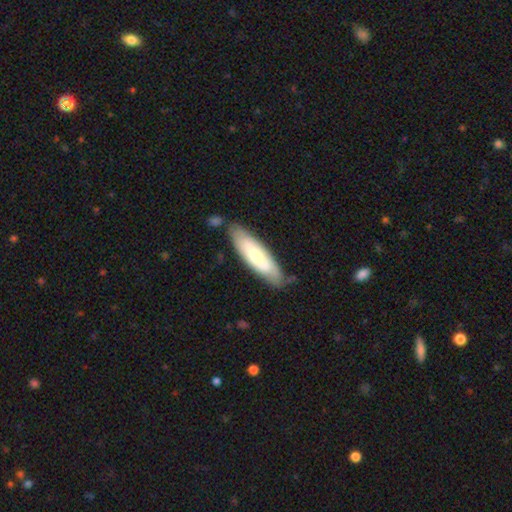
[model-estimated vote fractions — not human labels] Smooth or featured? Predicted: smooth (p=0.53). How rounded? Predicted: cigar-shaped (p=0.63). Merging? Predicted: none (p=0.79).